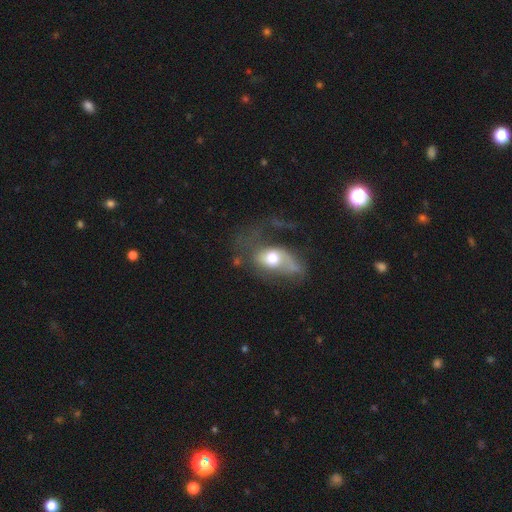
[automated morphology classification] smooth-or-featured: featured or disk: 57% | smooth: 32% | star or artifact: 12%
  disk-edge-on: no: 92% | yes: 8%
    bar: no: 76% | weak: 18% | strong: 7%
    has-spiral-arms: yes: 52% | no: 48%
    bulge-size: moderate: 68% | large: 16% | small: 12% | dominant: 2% | none: 2%
  merging: major disturbance: 53% | none: 23% | minor disturbance: 18% | merger: 6%